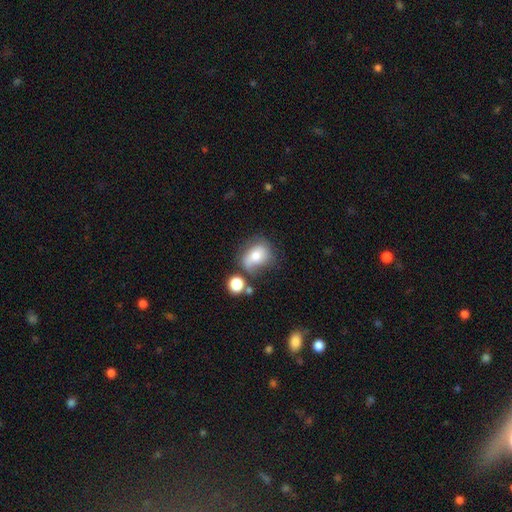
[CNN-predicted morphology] Smooth or featured? Predicted: smooth (p=0.61). How rounded? Predicted: in between (p=0.54). Merging? Predicted: none (p=0.43).